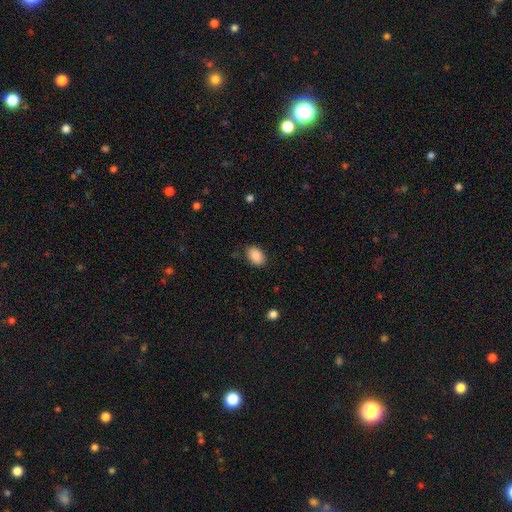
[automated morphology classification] Smooth or featured? smooth (88%)
How rounded? in between (85%)
Merging? none (84%)